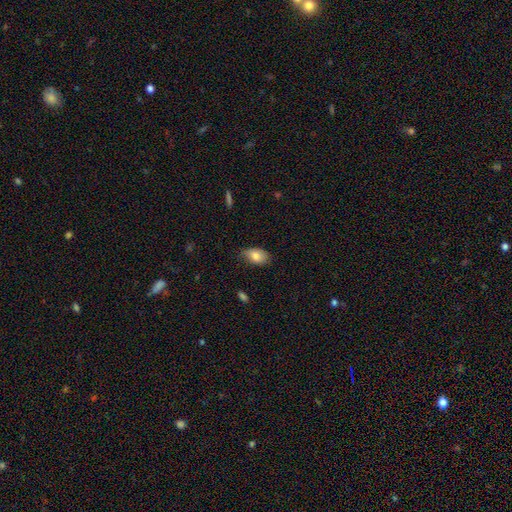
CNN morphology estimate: A smooth galaxy with no disk features (80%) that is in between round and cigar-shaped (90%). Merging: none (64%).